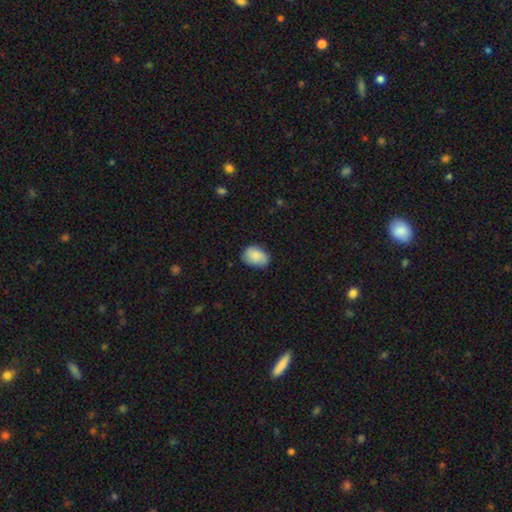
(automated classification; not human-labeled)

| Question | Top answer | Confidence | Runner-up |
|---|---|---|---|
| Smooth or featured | smooth | 86% | featured or disk (8%) |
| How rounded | in between | 74% | round (25%) |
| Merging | none | 73% | minor disturbance (22%) |